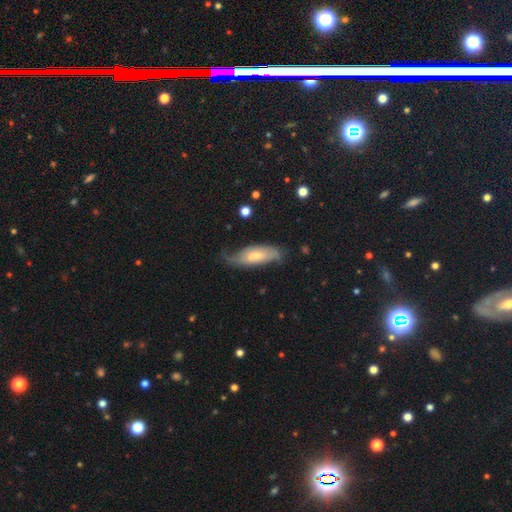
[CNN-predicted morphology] Q: Smooth or featured?
A: featured or disk (49%); runner-up: smooth (44%)
Q: Merging?
A: none (51%); runner-up: minor disturbance (32%)